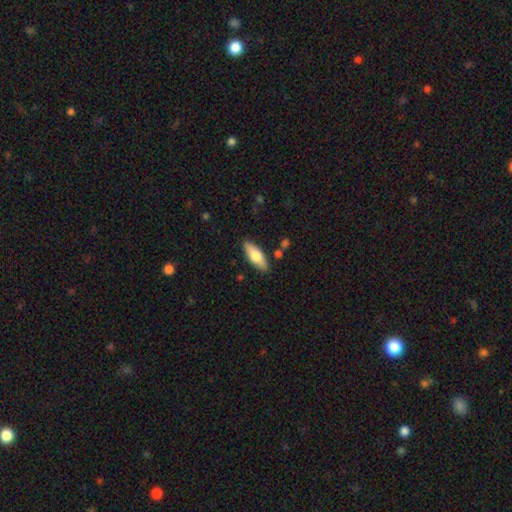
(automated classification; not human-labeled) smooth 68%, featured or disk 26%, star or artifact 6%. Down the decision tree: how rounded — in between (69%); merging — none (86%).